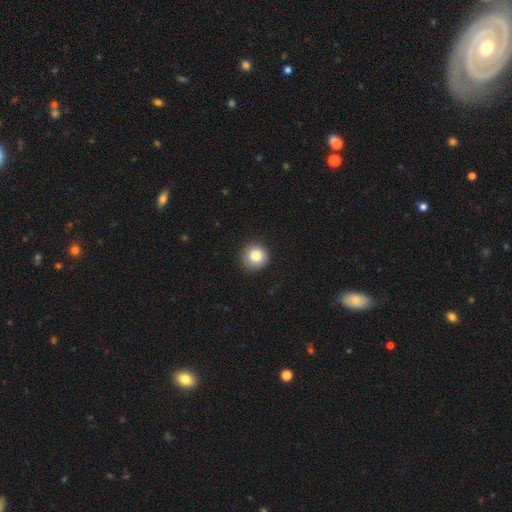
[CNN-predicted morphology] smooth 84%, star or artifact 9%, featured or disk 7%. Down the decision tree: how rounded — round (94%); merging — none (90%).